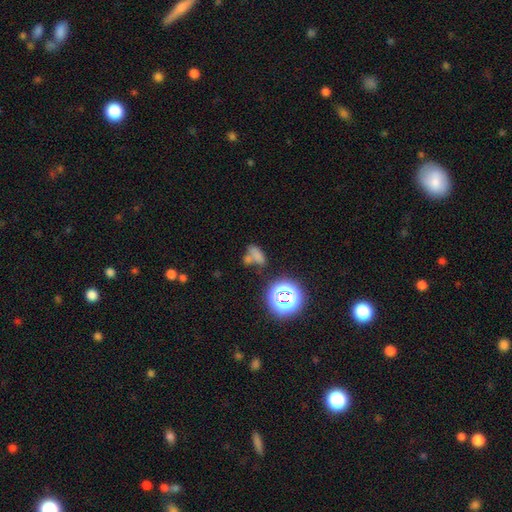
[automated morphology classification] A smooth galaxy with no disk features (62%) that is in between round and cigar-shaped (76%).

Vote fractions:
- Smooth or featured? smooth: 62% / star or artifact: 26% / featured or disk: 12%
- How rounded? in between: 76% / round: 16% / cigar-shaped: 7%
- Merging? none: 40% / merger: 33% / minor disturbance: 16% / major disturbance: 11%